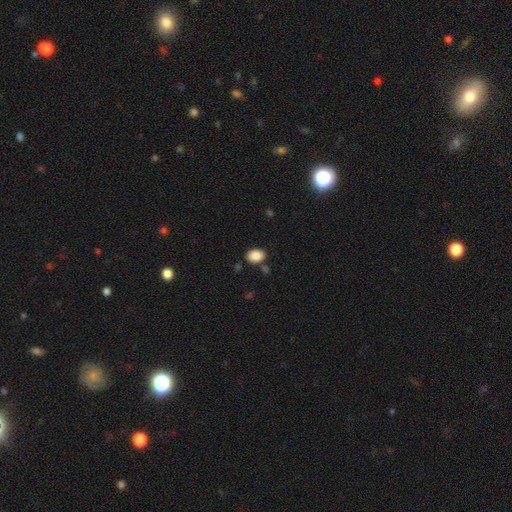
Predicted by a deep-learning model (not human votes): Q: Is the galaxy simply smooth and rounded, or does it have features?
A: smooth — 88%.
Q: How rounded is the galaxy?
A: in between — 72%.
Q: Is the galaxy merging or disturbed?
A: none — 80%.